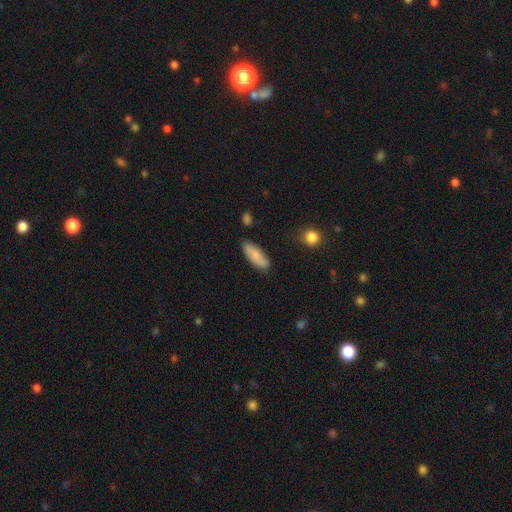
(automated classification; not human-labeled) Overall: smooth (84%). How rounded: in between (70%). Merging: none (80%).